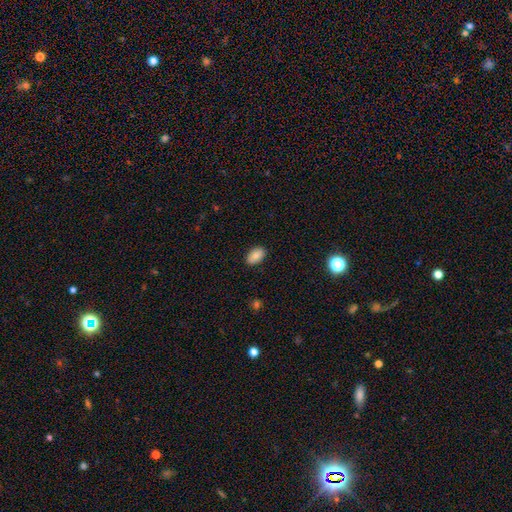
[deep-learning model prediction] Overall: smooth (82%). How rounded: in between (91%). Merging: none (88%).